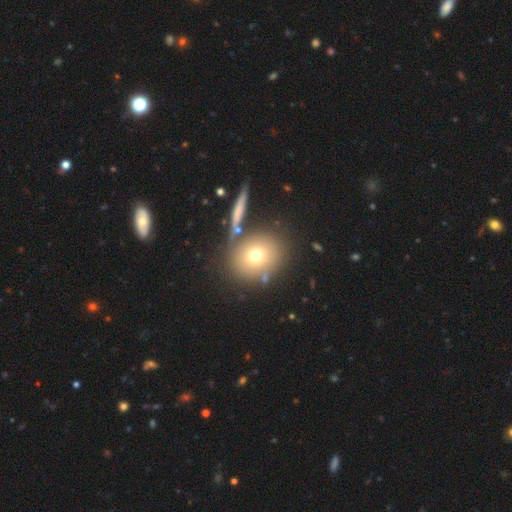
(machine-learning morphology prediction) Smooth or featured? Predicted: smooth (p=0.71). How rounded? Predicted: round (p=0.75). Merging? Predicted: none (p=0.73).